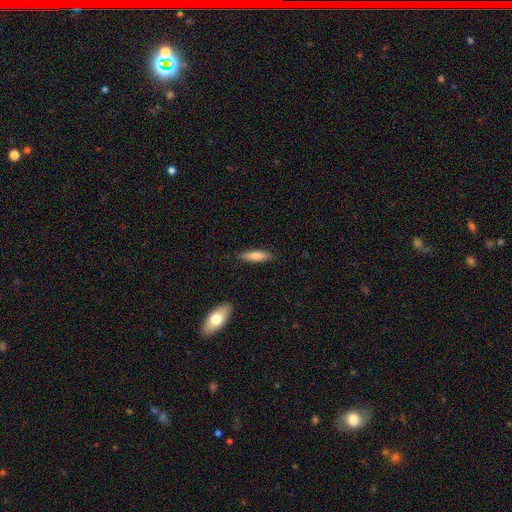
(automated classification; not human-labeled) smooth-or-featured: smooth: 77% | featured or disk: 17% | star or artifact: 6%
  how-rounded: cigar-shaped: 67% | in between: 32% | round: 2%
  merging: none: 86% | minor disturbance: 10% | major disturbance: 2% | merger: 1%